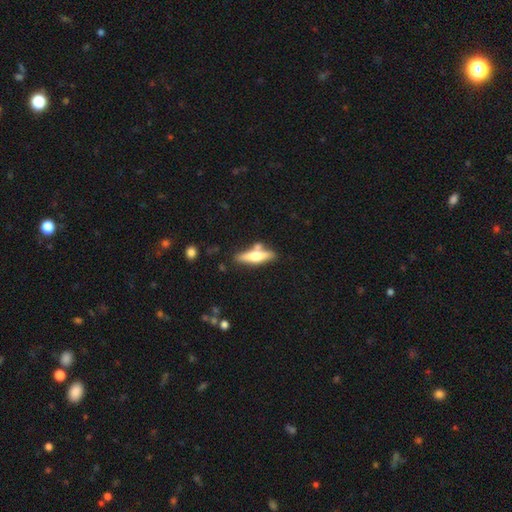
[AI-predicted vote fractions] Smooth or featured? Predicted: smooth (p=0.48). Merging? Predicted: none (p=0.71).